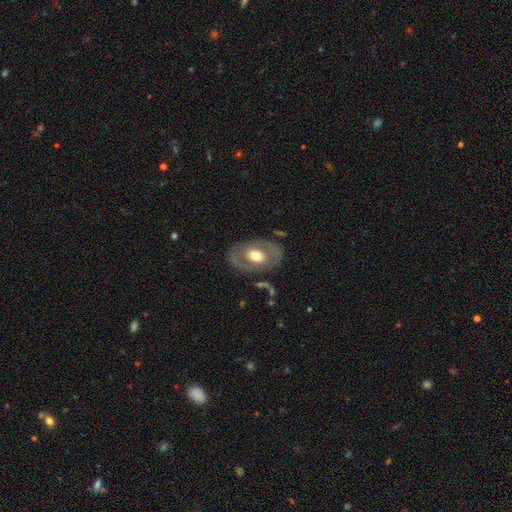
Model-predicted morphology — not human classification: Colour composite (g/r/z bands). It shows a featured or disk galaxy (52%). Merging: none (78%).